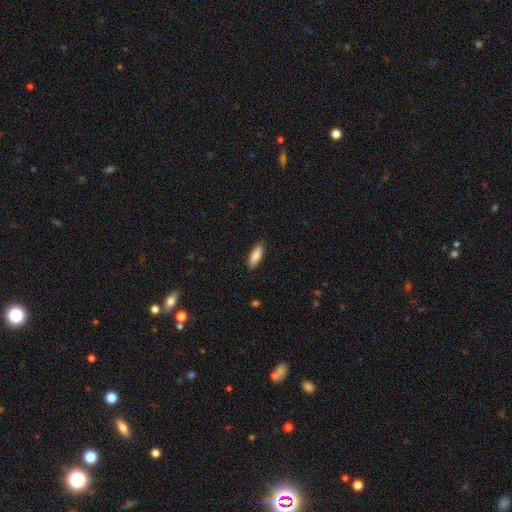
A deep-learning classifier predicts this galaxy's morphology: A smooth galaxy with no disk features (87%) that is in between round and cigar-shaped (71%).

Vote fractions:
- Smooth or featured? smooth: 87% / featured or disk: 7% / star or artifact: 6%
- How rounded? in between: 71% / cigar-shaped: 28% / round: 2%
- Merging? none: 88% / minor disturbance: 9% / major disturbance: 2% / merger: 1%